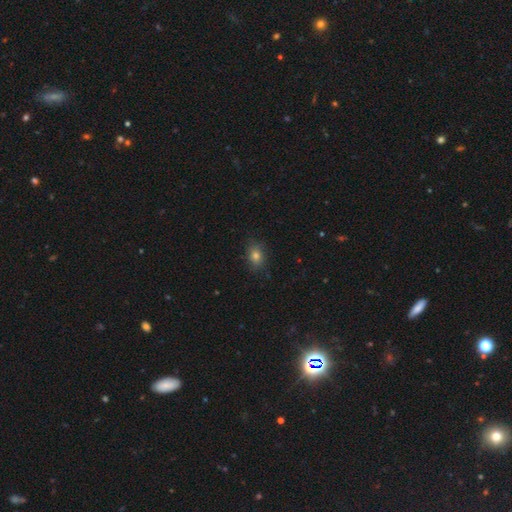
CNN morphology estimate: type=smooth (77%); roundness=in between (58%); merging=none (83%).